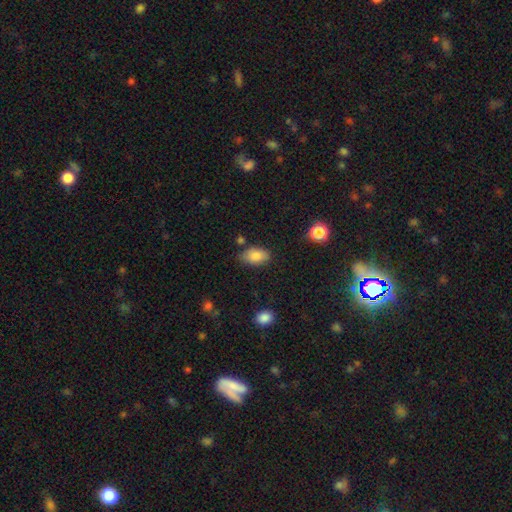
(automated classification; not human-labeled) Q: Smooth or featured?
A: smooth (84%); runner-up: star or artifact (8%)
Q: How rounded?
A: in between (91%); runner-up: round (8%)
Q: Merging?
A: none (74%); runner-up: minor disturbance (19%)